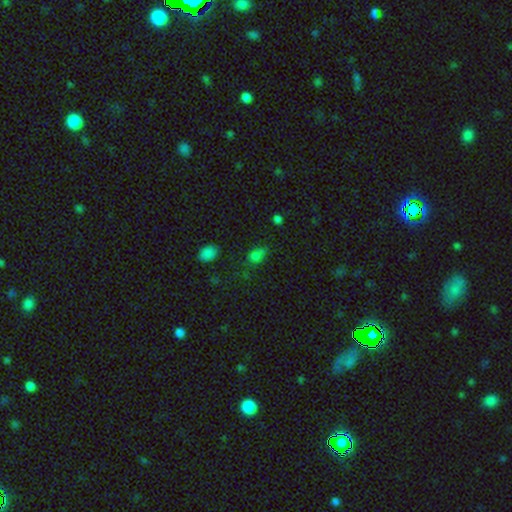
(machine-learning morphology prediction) smooth-or-featured: smooth: 69% | star or artifact: 23% | featured or disk: 8%
  how-rounded: in between: 70% | round: 26% | cigar-shaped: 4%
  merging: none: 55% | minor disturbance: 26% | major disturbance: 12% | merger: 6%